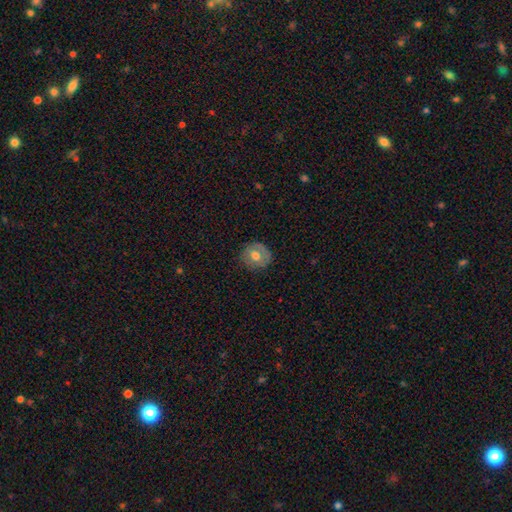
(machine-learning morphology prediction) Smooth or featured?
  - smooth: 63% *
  - featured or disk: 30%
  - star or artifact: 8%
How rounded?
  - round: 86% *
  - in between: 13%
  - cigar-shaped: 1%
Merging?
  - none: 81% *
  - minor disturbance: 14%
  - major disturbance: 4%
  - merger: 1%